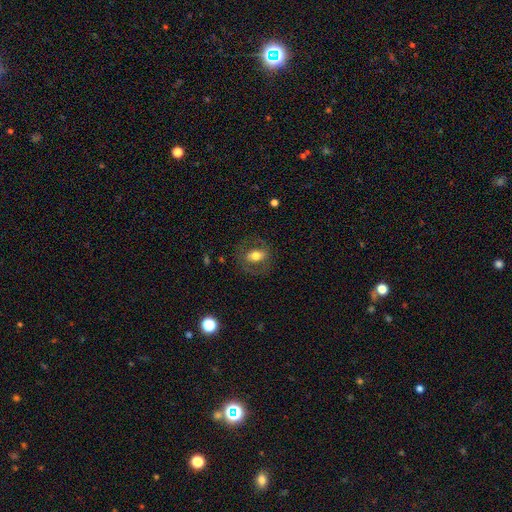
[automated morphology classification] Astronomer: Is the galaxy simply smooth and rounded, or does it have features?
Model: smooth — 51% (runner-up: featured or disk, 41%).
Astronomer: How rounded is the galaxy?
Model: in between — 69%.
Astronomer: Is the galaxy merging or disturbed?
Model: none — 75%.